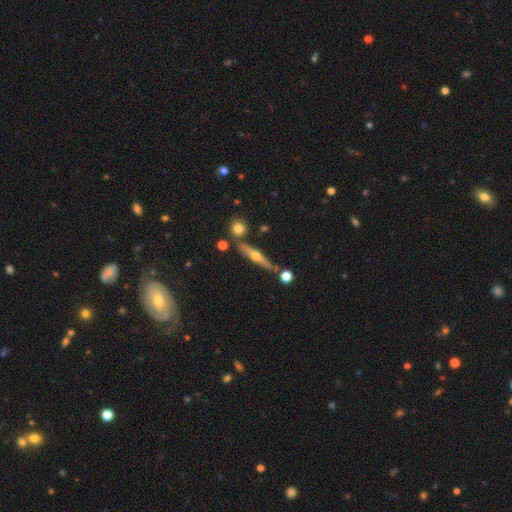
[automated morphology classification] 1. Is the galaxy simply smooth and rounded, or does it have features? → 67% featured or disk, 26% smooth, 7% star or artifact.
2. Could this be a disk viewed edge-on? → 95% yes, 5% no.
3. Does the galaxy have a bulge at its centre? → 93% rounded, 4% none, 3% boxy.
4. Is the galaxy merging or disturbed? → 78% none, 11% minor disturbance, 9% merger, 3% major disturbance.